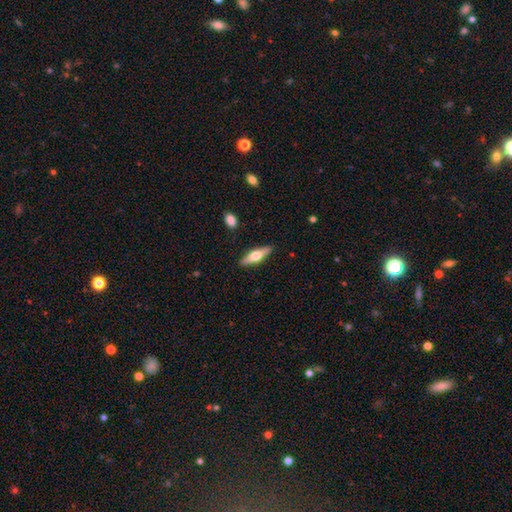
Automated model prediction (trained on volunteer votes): Overall: featured or disk (51%; smooth 43%). Edge-on disk: yes (93%). Merging: none (89%).